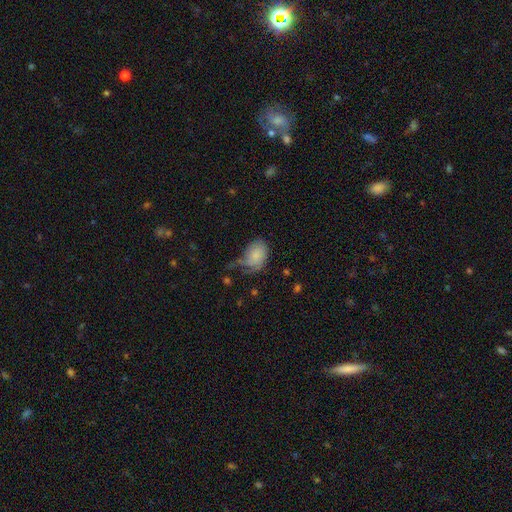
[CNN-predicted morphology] This is likely a smooth galaxy (64%). How rounded: likely in between (79%). Merging: marginally major disturbance (33%).